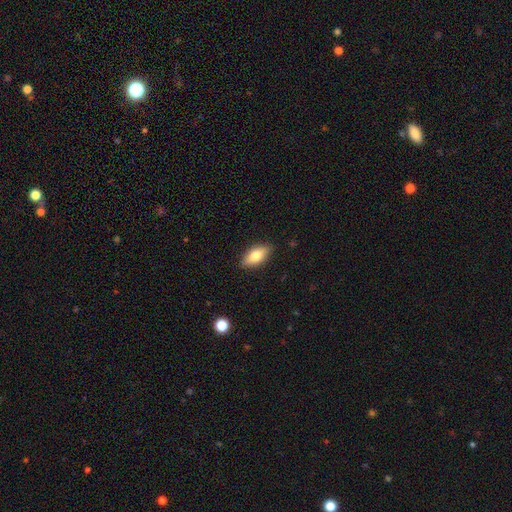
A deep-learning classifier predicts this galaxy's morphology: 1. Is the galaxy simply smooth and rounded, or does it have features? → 74% smooth, 20% featured or disk, 7% star or artifact.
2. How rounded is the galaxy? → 85% in between, 12% cigar-shaped, 3% round.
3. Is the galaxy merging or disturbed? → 87% none, 10% minor disturbance, 2% major disturbance, 1% merger.